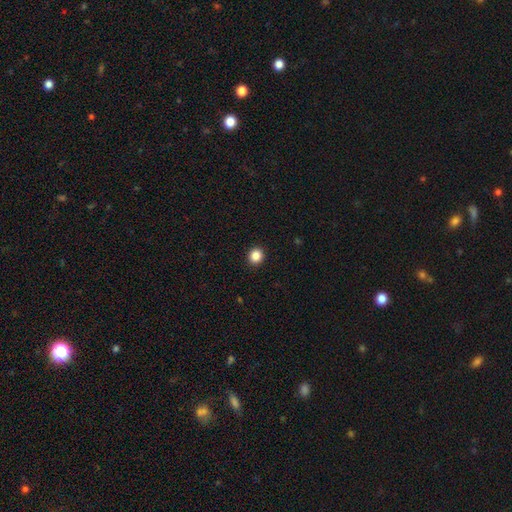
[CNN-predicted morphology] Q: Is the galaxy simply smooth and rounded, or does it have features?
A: smooth — 86%.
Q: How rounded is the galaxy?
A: round — 87%.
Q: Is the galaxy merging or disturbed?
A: none — 93%.